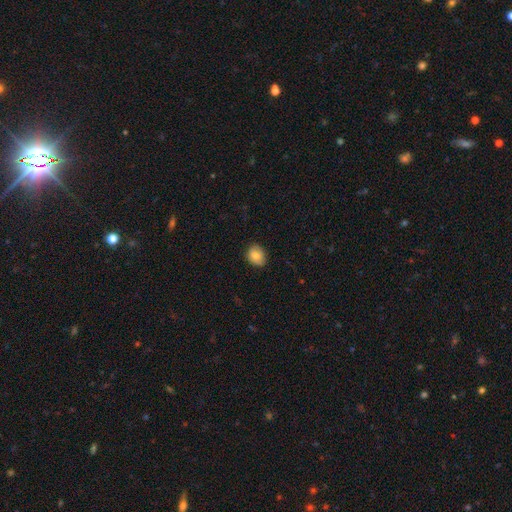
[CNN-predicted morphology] smooth-or-featured: smooth: 80% | featured or disk: 12% | star or artifact: 8%
  how-rounded: round: 50% | in between: 49% | cigar-shaped: 1%
  merging: none: 84% | minor disturbance: 13% | major disturbance: 2% | merger: 1%